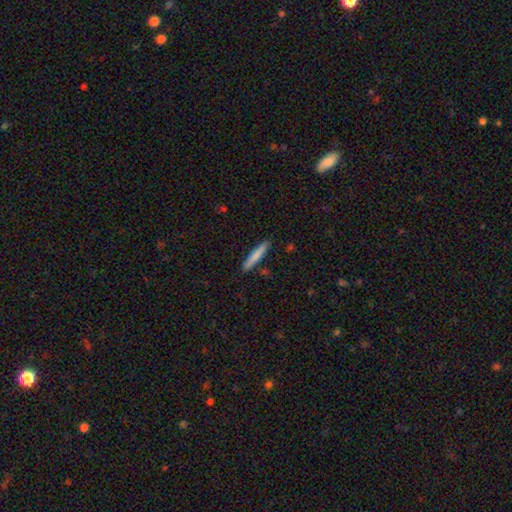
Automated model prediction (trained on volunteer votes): Q: Smooth or featured?
A: smooth (78%); runner-up: featured or disk (17%)
Q: How rounded?
A: cigar-shaped (93%); runner-up: in between (6%)
Q: Merging?
A: none (89%); runner-up: minor disturbance (8%)